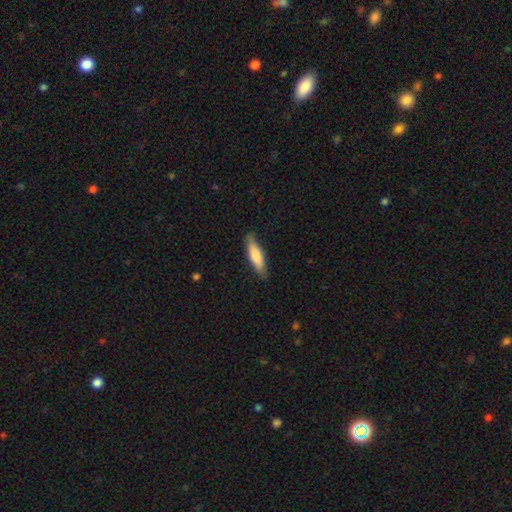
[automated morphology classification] A smooth galaxy with no disk features (79%) that is cigar-shaped (68%).

Vote fractions:
- Smooth or featured? smooth: 79% / featured or disk: 16% / star or artifact: 5%
- How rounded? cigar-shaped: 68% / in between: 31% / round: 1%
- Merging? none: 84% / minor disturbance: 13% / major disturbance: 2% / merger: 1%